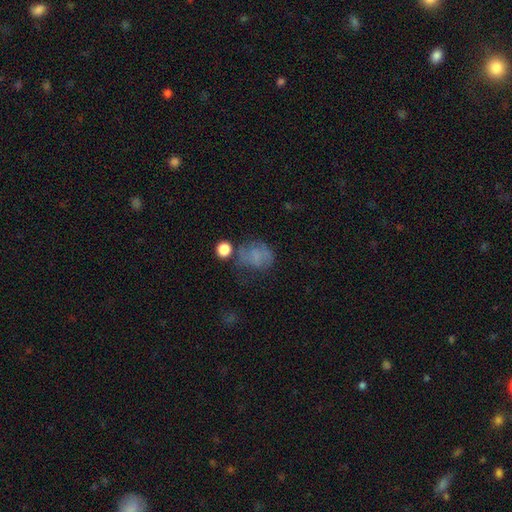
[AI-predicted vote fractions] Overall: smooth (57%; featured or disk 26%). How rounded: round (52%; in between 47%). Merging: none (44%; minor disturbance 25%).